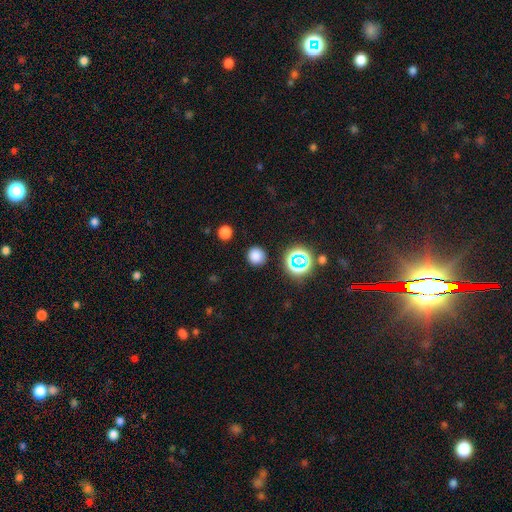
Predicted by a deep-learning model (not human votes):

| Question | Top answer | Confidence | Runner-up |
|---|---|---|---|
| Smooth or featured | smooth | 77% | star or artifact (18%) |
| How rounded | round | 91% | in between (8%) |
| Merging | none | 88% | minor disturbance (7%) |